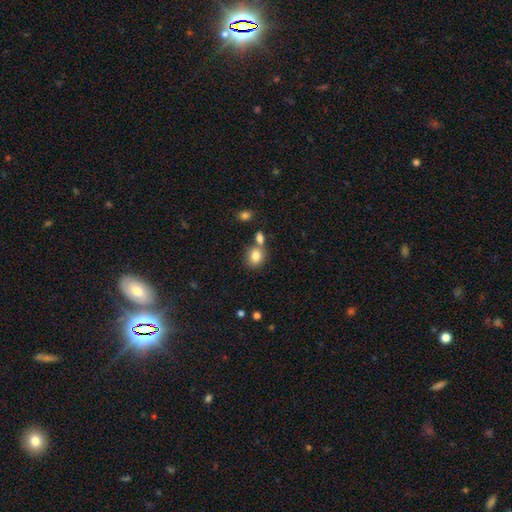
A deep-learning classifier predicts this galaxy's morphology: Smooth or featured: smooth — 83% (star or artifact — 9%)
How rounded: round — 62% (in between — 37%)
Merging: none — 56% (merger — 29%)